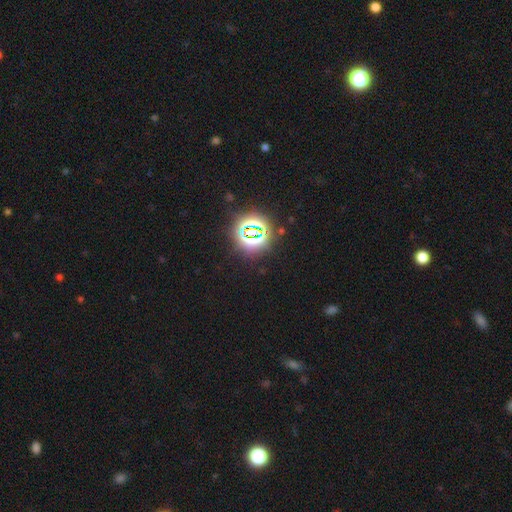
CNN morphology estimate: A star or artifact, not a galaxy (78%).

Vote fractions:
- Smooth or featured? star or artifact: 78% / smooth: 16% / featured or disk: 6%